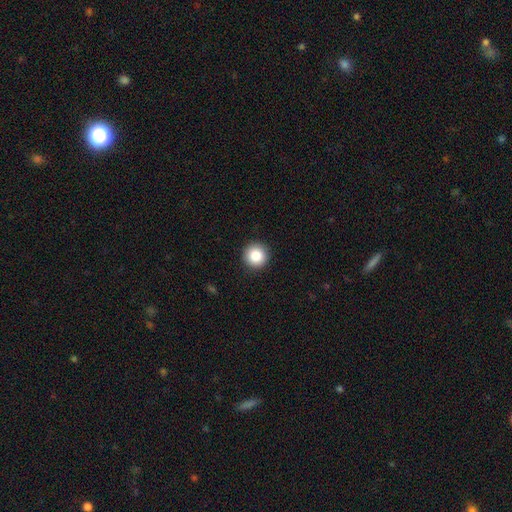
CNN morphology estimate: Q: Smooth or featured?
A: smooth (86%); runner-up: star or artifact (9%)
Q: How rounded?
A: round (96%); runner-up: in between (3%)
Q: Merging?
A: none (93%); runner-up: minor disturbance (5%)